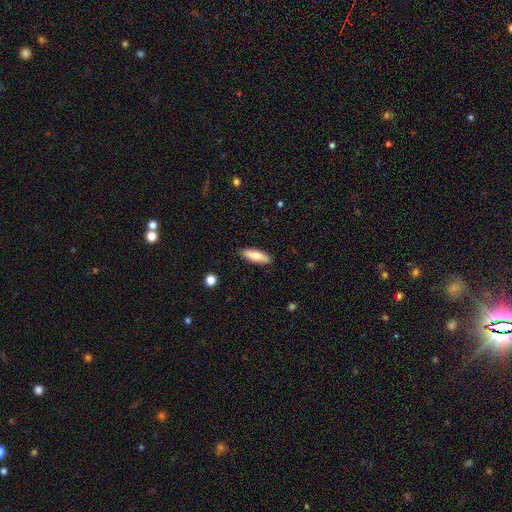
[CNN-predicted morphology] A smooth galaxy with no disk features (76%) that is in between round and cigar-shaped (55%).

Vote fractions:
- Smooth or featured? smooth: 76% / featured or disk: 18% / star or artifact: 6%
- How rounded? in between: 55% / cigar-shaped: 43% / round: 2%
- Merging? none: 88% / minor disturbance: 9% / major disturbance: 2% / merger: 1%